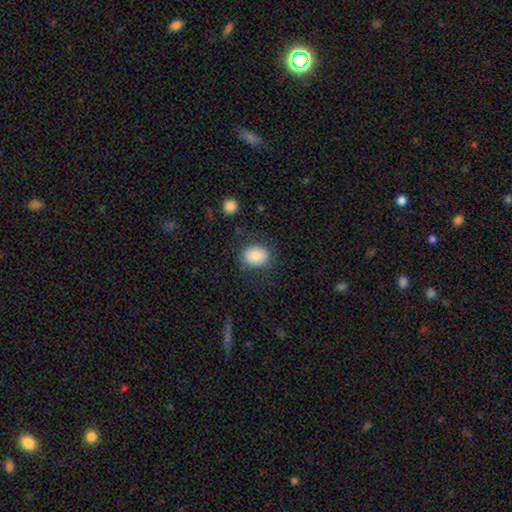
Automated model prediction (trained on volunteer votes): Q: Smooth or featured?
A: smooth (84%); runner-up: star or artifact (8%)
Q: How rounded?
A: round (57%); runner-up: in between (42%)
Q: Merging?
A: none (78%); runner-up: minor disturbance (14%)